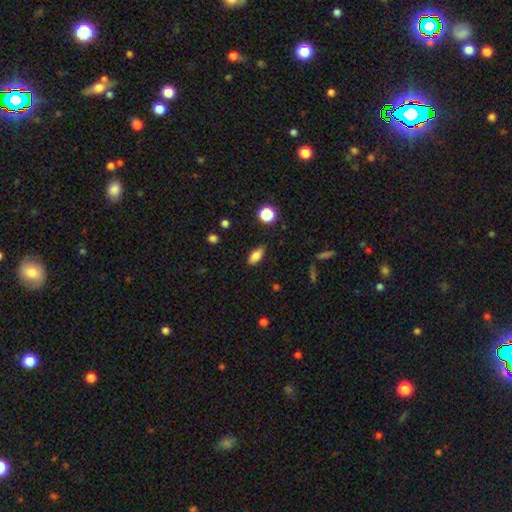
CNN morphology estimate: smooth-or-featured: smooth: 81% | featured or disk: 10% | star or artifact: 9%
  how-rounded: in between: 83% | cigar-shaped: 12% | round: 5%
  merging: none: 81% | minor disturbance: 15% | major disturbance: 3% | merger: 1%